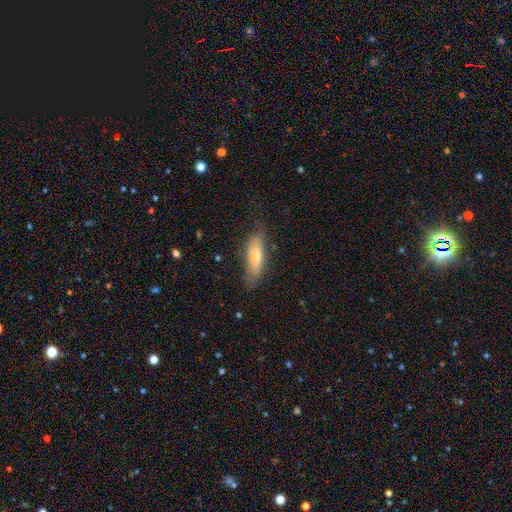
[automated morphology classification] This appears to be a smooth galaxy with no disk features (66%) that is cigar-shaped (51%). Merging: none (72%).